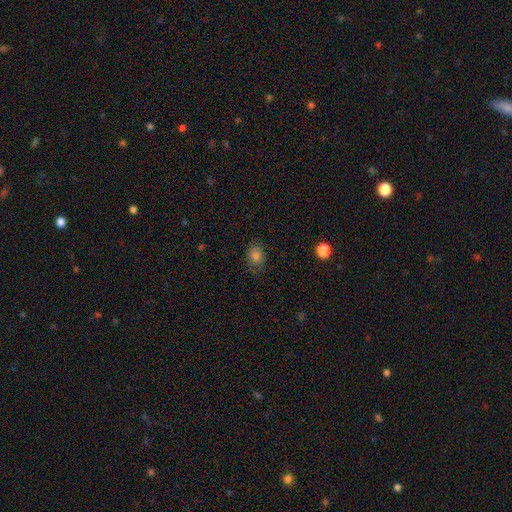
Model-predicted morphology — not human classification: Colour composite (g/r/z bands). It shows a smooth galaxy with no disk features (78%) that is in between round and cigar-shaped (66%). Merging: none (80%).